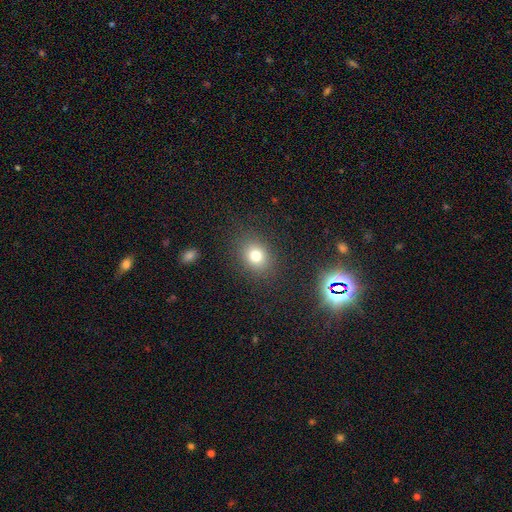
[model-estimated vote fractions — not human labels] The model was most divided on "how rounded": round: 56%, in between: 43%, cigar-shaped: 1%. More confident: merging — none (84%); smooth or featured — smooth (77%).